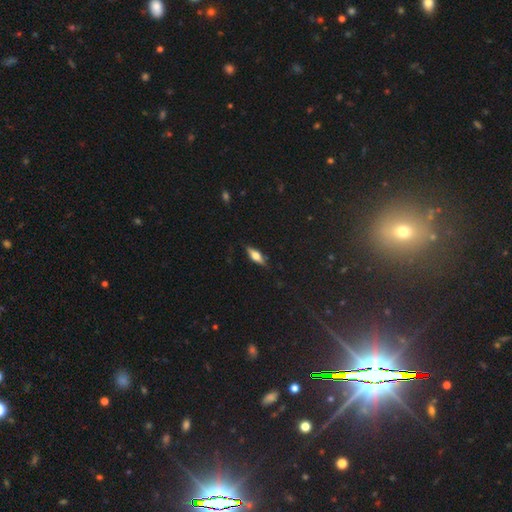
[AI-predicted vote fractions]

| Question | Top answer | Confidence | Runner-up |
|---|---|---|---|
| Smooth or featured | featured or disk | 55% | smooth (38%) |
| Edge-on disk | yes | 94% | no (6%) |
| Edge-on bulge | rounded | 90% | boxy (8%) |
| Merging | none | 86% | minor disturbance (11%) |